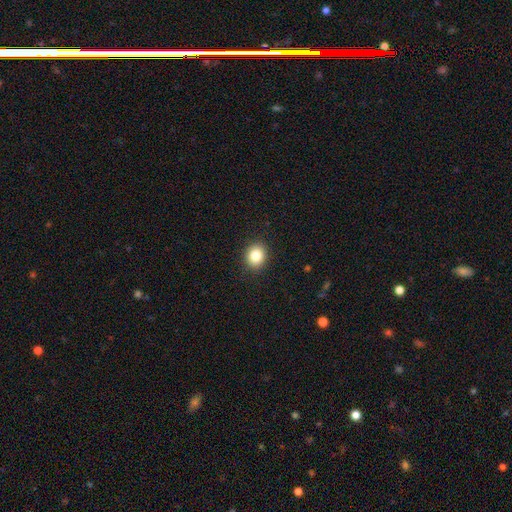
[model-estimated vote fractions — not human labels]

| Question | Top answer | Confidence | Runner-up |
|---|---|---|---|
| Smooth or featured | smooth | 84% | star or artifact (10%) |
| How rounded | round | 69% | in between (30%) |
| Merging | none | 91% | minor disturbance (6%) |